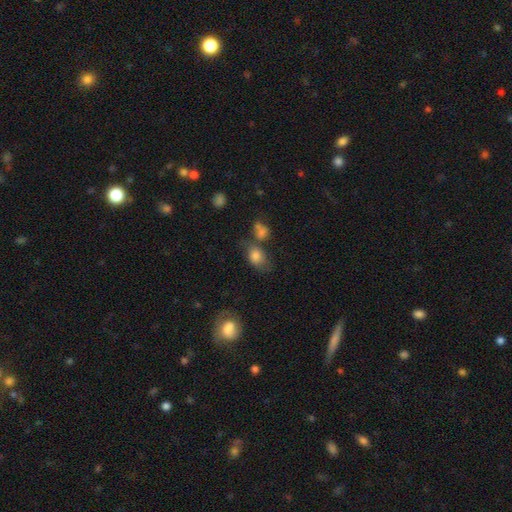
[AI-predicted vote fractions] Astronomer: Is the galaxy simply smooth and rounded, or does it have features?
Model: smooth — 78%.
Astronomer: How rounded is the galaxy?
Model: in between — 69%.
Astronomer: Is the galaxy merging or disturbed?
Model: none — 43% (runner-up: merger, 28%).